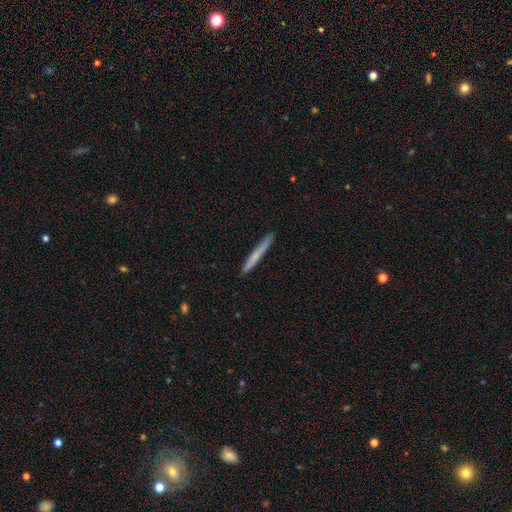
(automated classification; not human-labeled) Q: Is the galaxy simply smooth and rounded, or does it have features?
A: smooth — 63%.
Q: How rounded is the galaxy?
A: cigar-shaped — 97%.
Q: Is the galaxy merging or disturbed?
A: none — 91%.